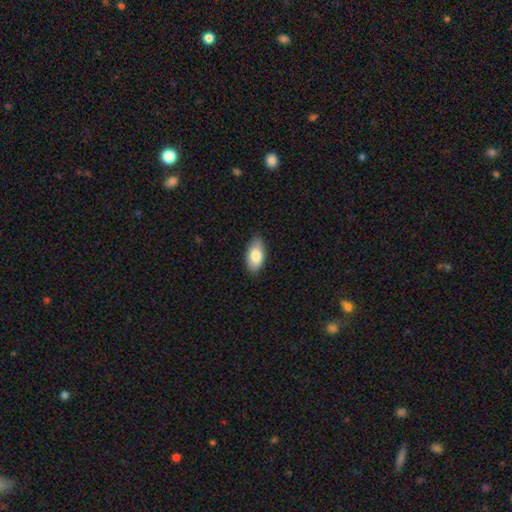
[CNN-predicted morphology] A smooth galaxy with no disk features (82%) that is in between round and cigar-shaped (94%).

Vote fractions:
- Smooth or featured? smooth: 82% / featured or disk: 12% / star or artifact: 6%
- How rounded? in between: 94% / cigar-shaped: 3% / round: 3%
- Merging? none: 84% / minor disturbance: 13% / major disturbance: 2% / merger: 1%